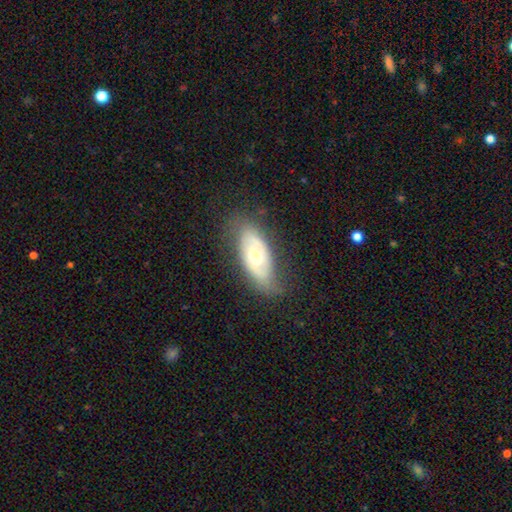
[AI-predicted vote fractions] This appears to be a featured or disk galaxy (53%). Merging: none (71%).